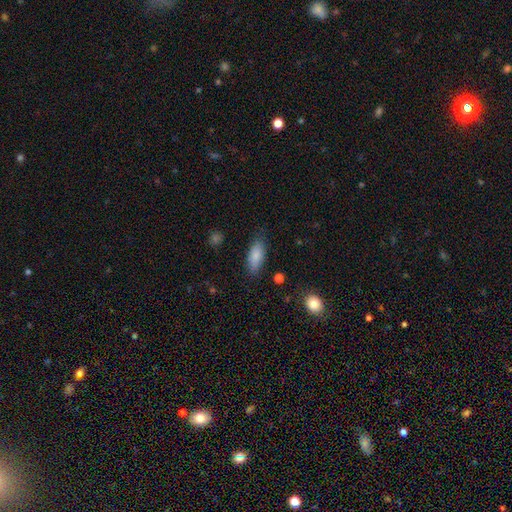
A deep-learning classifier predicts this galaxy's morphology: A smooth galaxy with no disk features (86%) that is in between round and cigar-shaped (83%).

Vote fractions:
- Smooth or featured? smooth: 86% / featured or disk: 7% / star or artifact: 7%
- How rounded? in between: 83% / cigar-shaped: 15% / round: 2%
- Merging? none: 80% / minor disturbance: 14% / major disturbance: 4% / merger: 2%